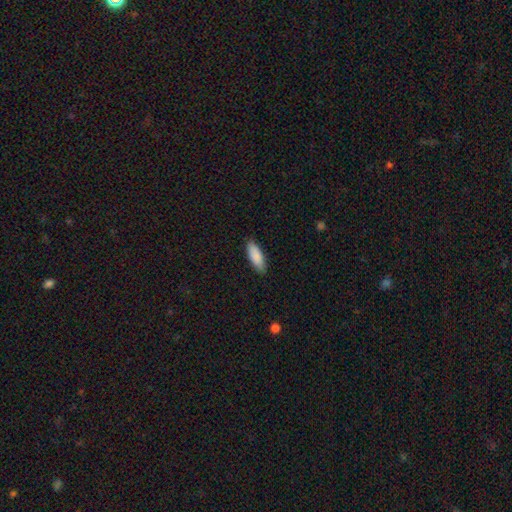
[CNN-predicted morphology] Q: Smooth or featured?
A: smooth (89%); runner-up: star or artifact (6%)
Q: How rounded?
A: in between (72%); runner-up: cigar-shaped (27%)
Q: Merging?
A: none (86%); runner-up: minor disturbance (11%)